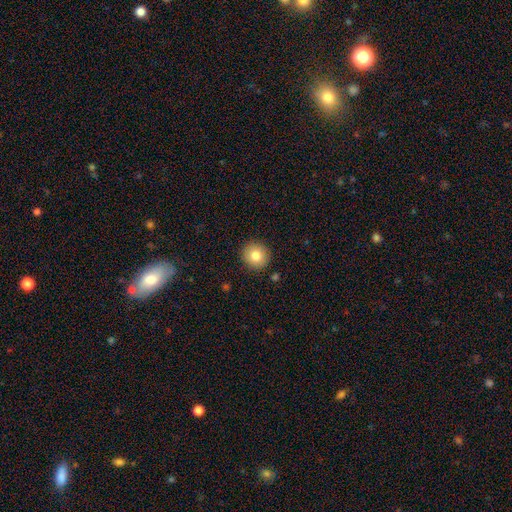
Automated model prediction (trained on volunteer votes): Q: Smooth or featured?
A: smooth (81%); runner-up: star or artifact (9%)
Q: How rounded?
A: round (93%); runner-up: in between (7%)
Q: Merging?
A: none (91%); runner-up: minor disturbance (6%)